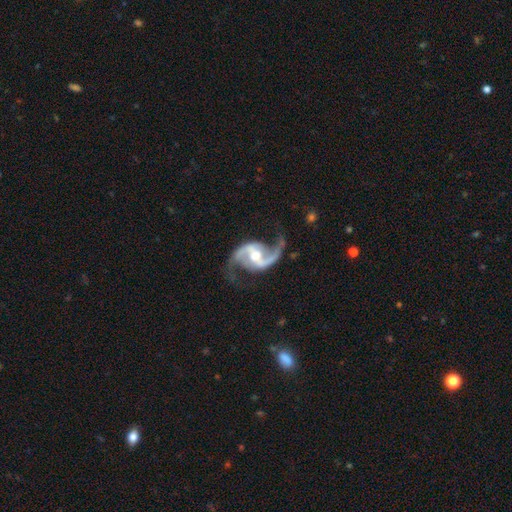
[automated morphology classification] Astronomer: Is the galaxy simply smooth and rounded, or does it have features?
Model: featured or disk — 93%.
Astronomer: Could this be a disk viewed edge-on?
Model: no — 98%.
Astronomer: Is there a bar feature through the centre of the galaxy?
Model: weak — 41% (runner-up: strong, 37%).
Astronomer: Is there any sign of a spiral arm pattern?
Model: yes — 98%.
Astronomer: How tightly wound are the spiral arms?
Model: loose — 58% (runner-up: medium, 35%).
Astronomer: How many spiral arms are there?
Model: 2 — 94%.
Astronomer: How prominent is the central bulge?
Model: moderate — 66%.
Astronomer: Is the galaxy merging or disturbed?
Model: none — 76%.